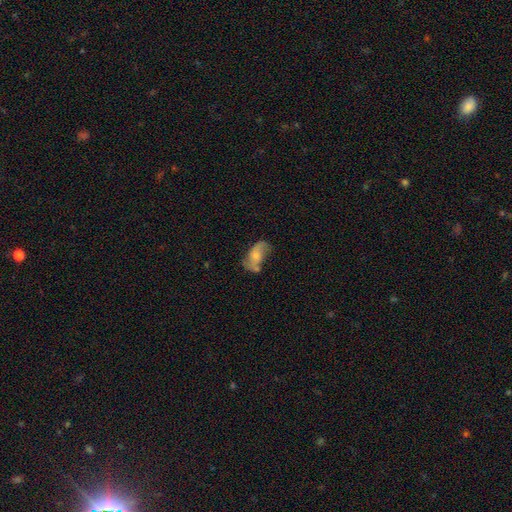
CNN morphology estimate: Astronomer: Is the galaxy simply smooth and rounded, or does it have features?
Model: featured or disk — 59%.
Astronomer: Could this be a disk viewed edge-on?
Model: no — 96%.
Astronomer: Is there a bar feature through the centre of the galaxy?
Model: no — 66%.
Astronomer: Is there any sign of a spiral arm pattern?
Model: yes — 80%.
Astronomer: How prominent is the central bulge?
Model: small — 49% (runner-up: moderate, 38%).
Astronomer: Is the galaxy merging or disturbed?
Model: none — 42% (runner-up: minor disturbance, 26%).